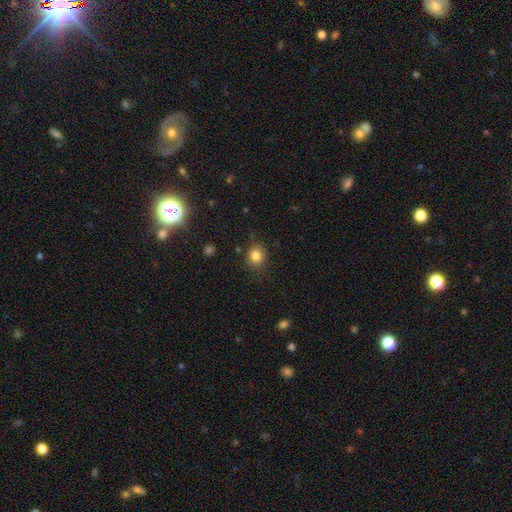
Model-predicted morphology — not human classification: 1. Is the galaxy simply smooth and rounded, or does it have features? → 82% smooth, 12% star or artifact, 6% featured or disk.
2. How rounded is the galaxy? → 72% round, 28% in between, 1% cigar-shaped.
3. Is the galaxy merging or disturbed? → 81% none, 13% minor disturbance, 3% major disturbance, 2% merger.